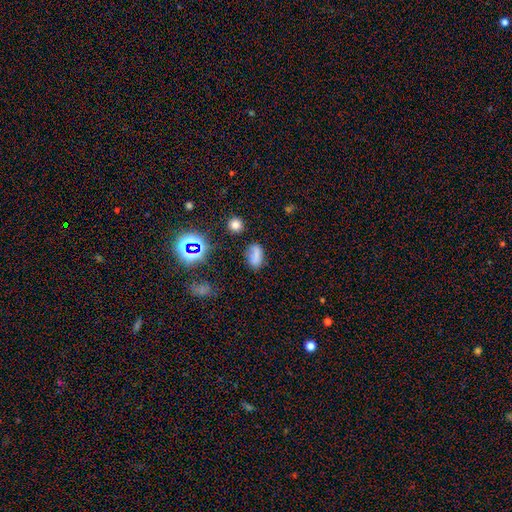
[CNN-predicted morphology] Overall: smooth (65%). How rounded: in between (86%). Merging: none (66%).